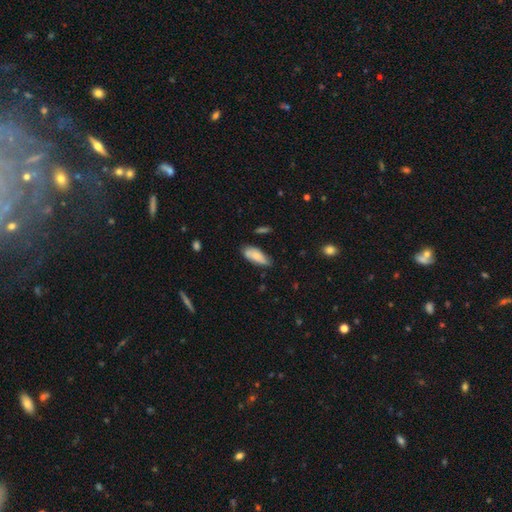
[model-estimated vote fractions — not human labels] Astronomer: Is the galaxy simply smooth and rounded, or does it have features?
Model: smooth — 77%.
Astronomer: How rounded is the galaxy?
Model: in between — 78%.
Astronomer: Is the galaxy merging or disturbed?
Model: none — 59%.